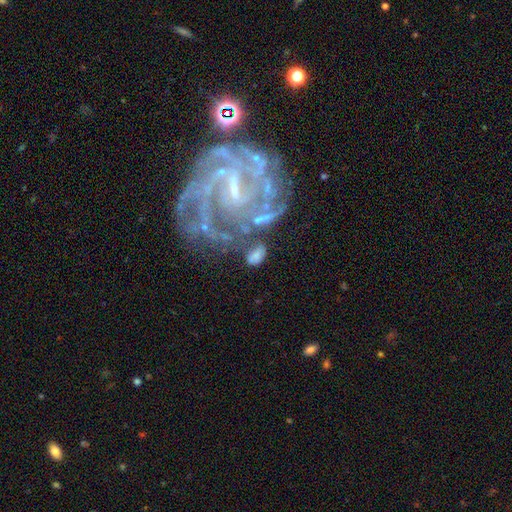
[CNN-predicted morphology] smooth 54%, featured or disk 35%, star or artifact 11%. Down the decision tree: how rounded — in between (86%); merging — none (47%).